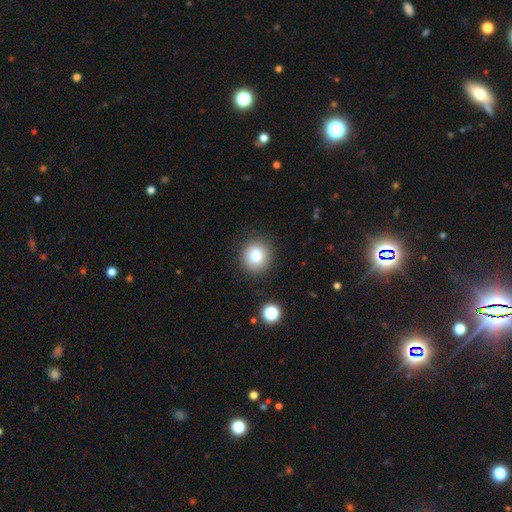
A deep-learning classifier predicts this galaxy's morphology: A smooth galaxy with no disk features (83%) that is round (88%). Merging: none (86%).